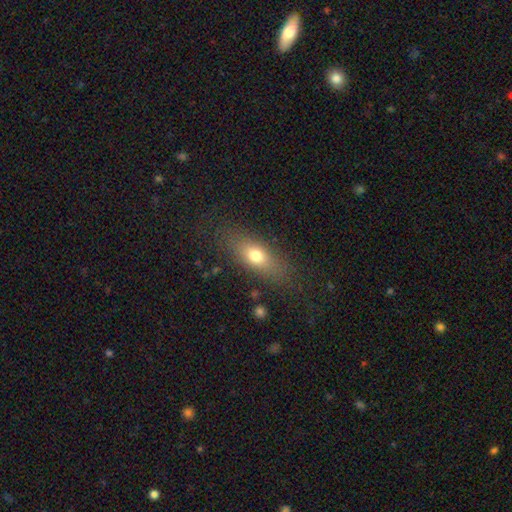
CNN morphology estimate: Smooth or featured?
  - smooth: 71% *
  - featured or disk: 19%
  - star or artifact: 10%
How rounded?
  - in between: 70% *
  - cigar-shaped: 22%
  - round: 9%
Merging?
  - none: 80% *
  - minor disturbance: 12%
  - major disturbance: 6%
  - merger: 2%